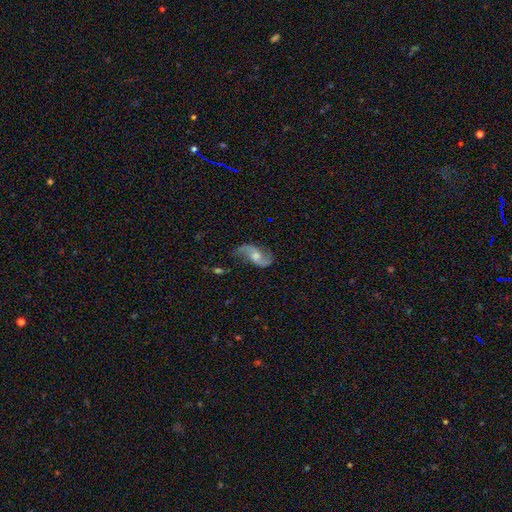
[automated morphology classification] Smooth or featured? featured or disk (84%)
Edge-on disk? no (95%)
Bar? no (55%)
Spiral arms? yes (96%)
Spiral winding? loose (68%)
Spiral arm count? 2 (93%)
Bulge size? moderate (60%)
Merging? none (76%)